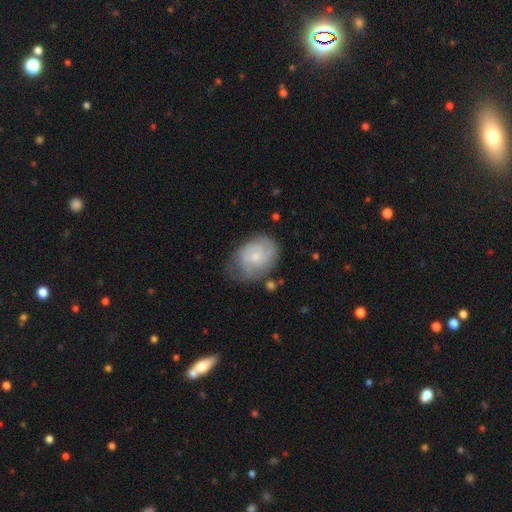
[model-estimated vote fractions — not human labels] Smooth or featured?
  - featured or disk: 70% *
  - smooth: 24%
  - star or artifact: 6%
Edge-on disk?
  - no: 98% *
  - yes: 2%
Bar?
  - no: 67% *
  - weak: 30%
  - strong: 3%
Spiral arms?
  - yes: 92% *
  - no: 8%
Spiral winding?
  - tight: 50% *
  - medium: 39%
  - loose: 11%
Spiral arm count?
  - 2: 50% *
  - can't tell: 23%
  - 3: 18%
  - 1: 4%
  - 4: 3%
  - more than 4: 2%
Bulge size?
  - small: 61% *
  - moderate: 30%
  - none: 6%
  - large: 2%
  - dominant: 1%
Merging?
  - none: 63% *
  - minor disturbance: 25%
  - major disturbance: 9%
  - merger: 3%